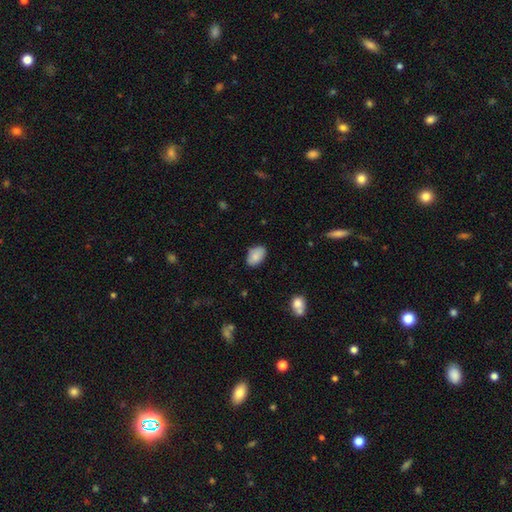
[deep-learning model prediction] This is clearly a smooth galaxy (86%). How rounded: clearly in between (91%). Merging: clearly none (81%).